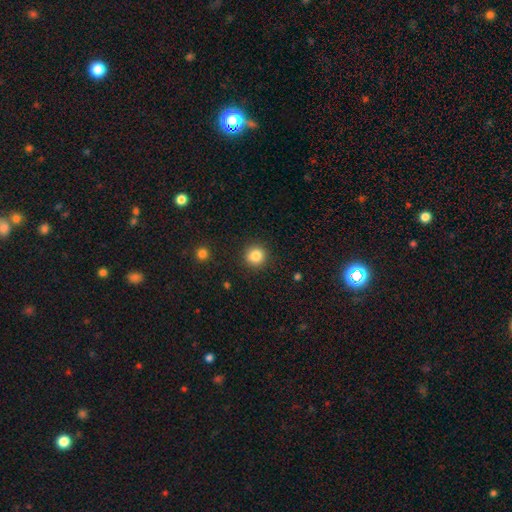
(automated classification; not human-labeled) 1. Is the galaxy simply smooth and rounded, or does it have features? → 84% smooth, 10% star or artifact, 5% featured or disk.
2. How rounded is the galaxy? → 92% round, 7% in between, 1% cigar-shaped.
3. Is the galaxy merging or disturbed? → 90% none, 6% minor disturbance, 2% major disturbance, 1% merger.